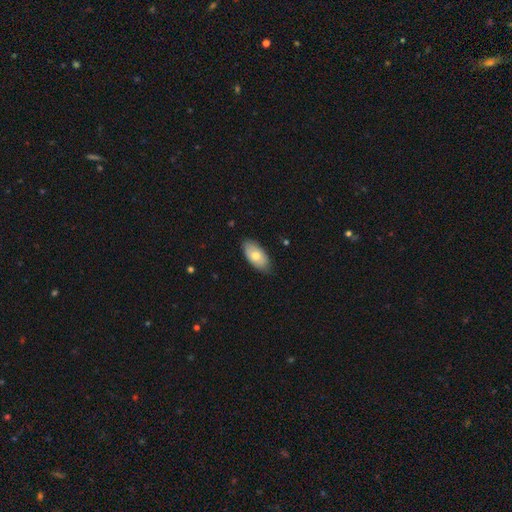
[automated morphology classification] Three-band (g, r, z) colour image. It shows a smooth galaxy with no disk features (72%) that is in between round and cigar-shaped (94%). Merging: none (80%).